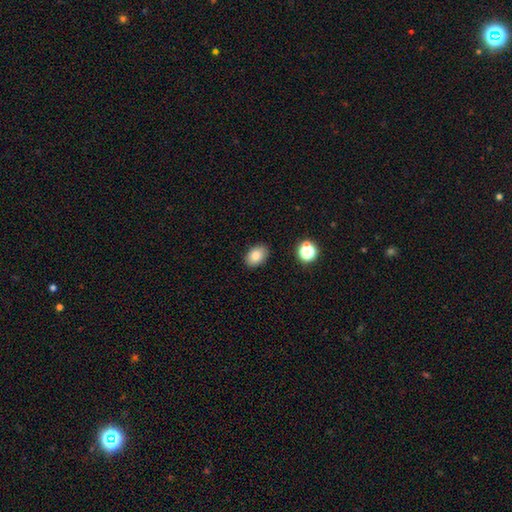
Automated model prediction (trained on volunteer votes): This appears to be a smooth galaxy with no disk features (83%) that is in between round and cigar-shaped (82%). Merging: none (87%).